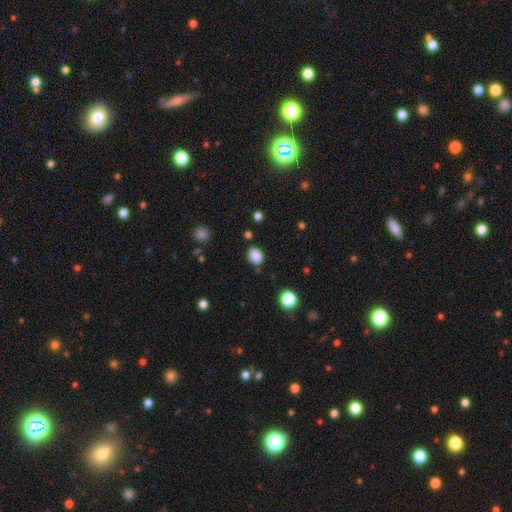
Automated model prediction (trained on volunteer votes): Smooth or featured?
  - smooth: 86% *
  - star or artifact: 10%
  - featured or disk: 4%
How rounded?
  - in between: 59% *
  - round: 40%
  - cigar-shaped: 1%
Merging?
  - none: 80% *
  - minor disturbance: 13%
  - major disturbance: 3%
  - merger: 3%